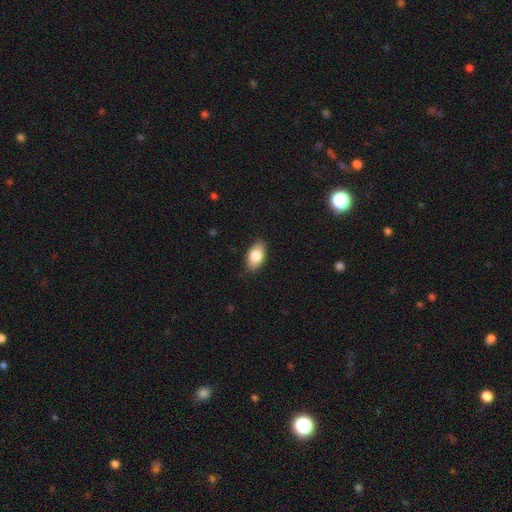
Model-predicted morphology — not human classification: Overall: smooth (84%). How rounded: in between (93%). Merging: none (86%).